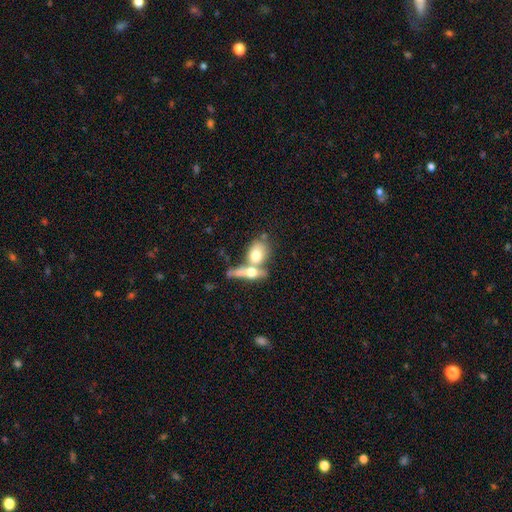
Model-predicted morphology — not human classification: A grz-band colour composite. It shows a smooth galaxy with no disk features (63%) that is in between round and cigar-shaped (64%). Merging: merger (63%).